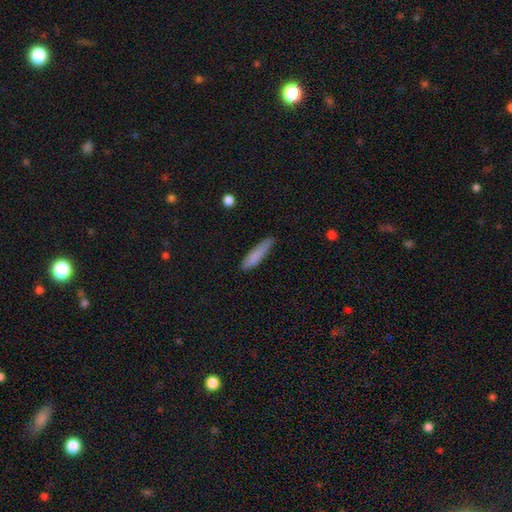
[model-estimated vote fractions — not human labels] smooth 82%, featured or disk 11%, star or artifact 7%. Down the decision tree: how rounded — cigar-shaped (82%); merging — none (71%).